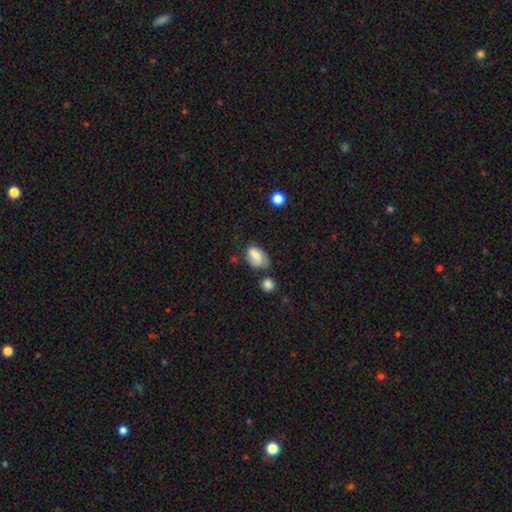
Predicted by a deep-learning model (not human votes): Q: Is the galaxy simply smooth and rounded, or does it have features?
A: smooth — 66%.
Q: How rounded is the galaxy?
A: in between — 86%.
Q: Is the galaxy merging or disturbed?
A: none — 42%.